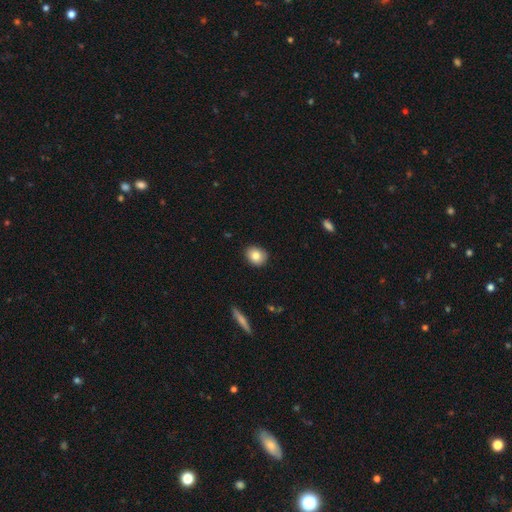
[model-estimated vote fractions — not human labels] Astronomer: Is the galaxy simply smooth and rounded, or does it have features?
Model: smooth — 82%.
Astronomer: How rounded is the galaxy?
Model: round — 66%.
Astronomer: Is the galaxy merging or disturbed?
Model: none — 88%.